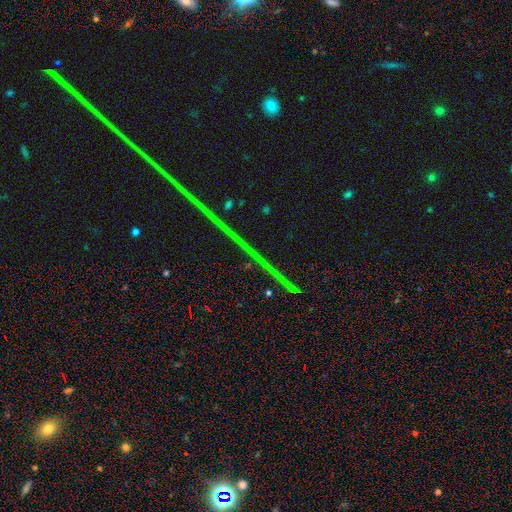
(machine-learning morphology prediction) smooth-or-featured: star or artifact: 87% | featured or disk: 7% | smooth: 6%